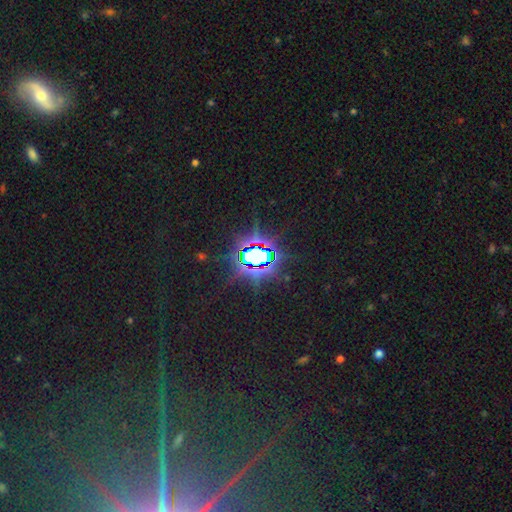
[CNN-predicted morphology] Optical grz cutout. It shows a star or artifact, not a galaxy (81%).